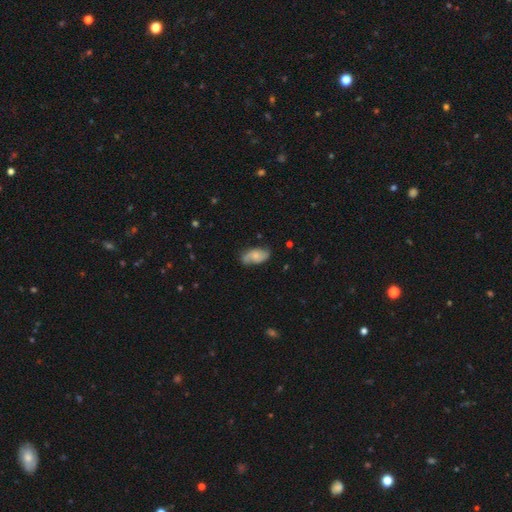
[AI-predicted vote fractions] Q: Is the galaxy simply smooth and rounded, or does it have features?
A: featured or disk — 48%.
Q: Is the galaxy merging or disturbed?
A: none — 71%.